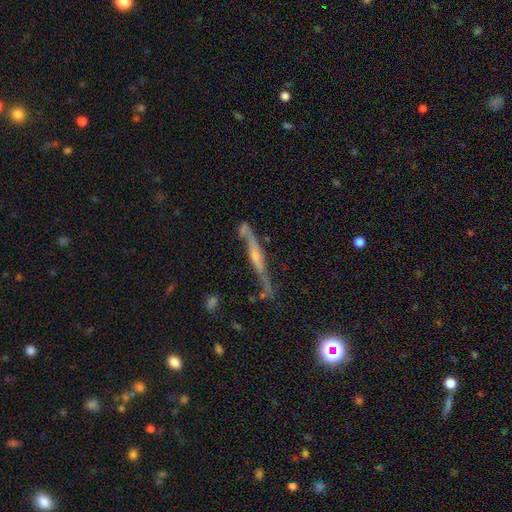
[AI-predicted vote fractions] featured or disk 71%, smooth 19%, star or artifact 9%. Down the decision tree: edge-on disk — yes (85%); edge-on bulge — rounded (57%); merging — none (58%).